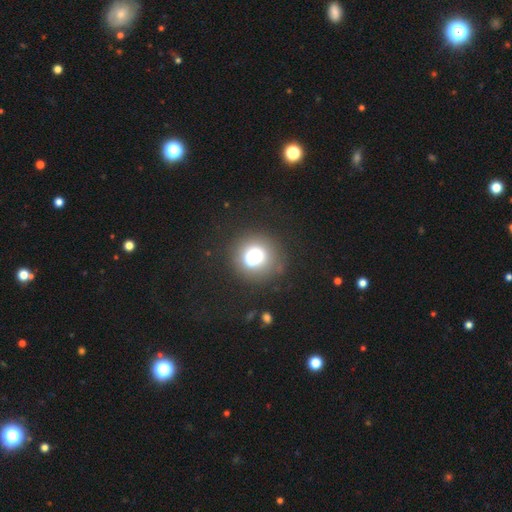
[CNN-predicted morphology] smooth-or-featured: smooth: 62% | star or artifact: 22% | featured or disk: 16%
  how-rounded: round: 88% | in between: 11% | cigar-shaped: 1%
  merging: none: 66% | merger: 16% | minor disturbance: 11% | major disturbance: 7%